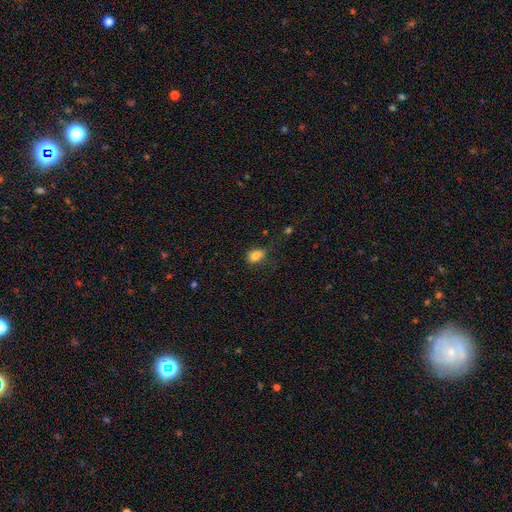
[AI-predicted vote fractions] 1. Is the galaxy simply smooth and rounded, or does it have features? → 84% smooth, 10% star or artifact, 6% featured or disk.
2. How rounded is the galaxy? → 78% in between, 20% round, 2% cigar-shaped.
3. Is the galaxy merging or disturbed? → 71% none, 22% minor disturbance, 6% major disturbance, 2% merger.